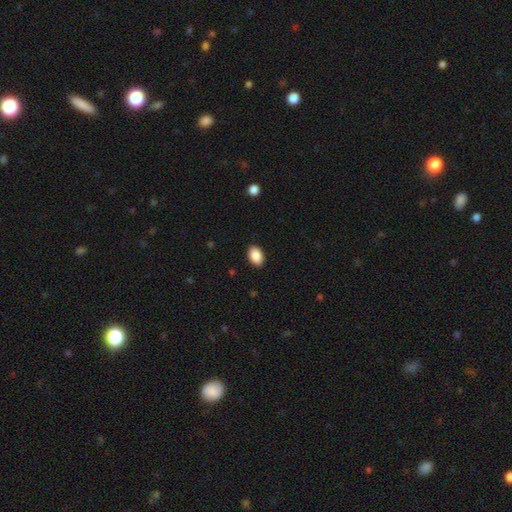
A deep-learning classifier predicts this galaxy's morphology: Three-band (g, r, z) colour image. It shows a smooth galaxy with no disk features (89%) that is in between round and cigar-shaped (89%). Merging: none (89%).